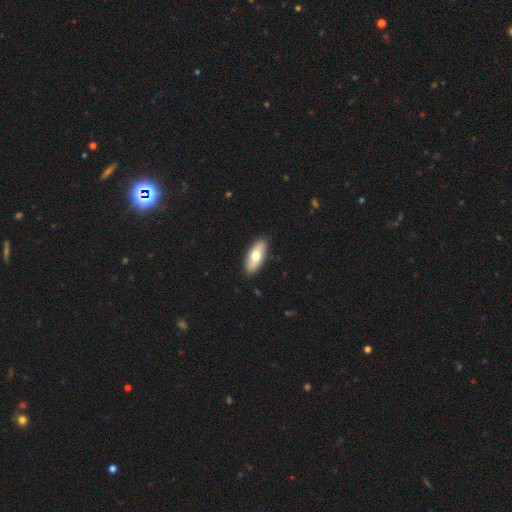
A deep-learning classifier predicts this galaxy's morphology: Q: Smooth or featured?
A: smooth (71%); runner-up: featured or disk (24%)
Q: How rounded?
A: in between (81%); runner-up: cigar-shaped (16%)
Q: Merging?
A: none (90%); runner-up: minor disturbance (8%)